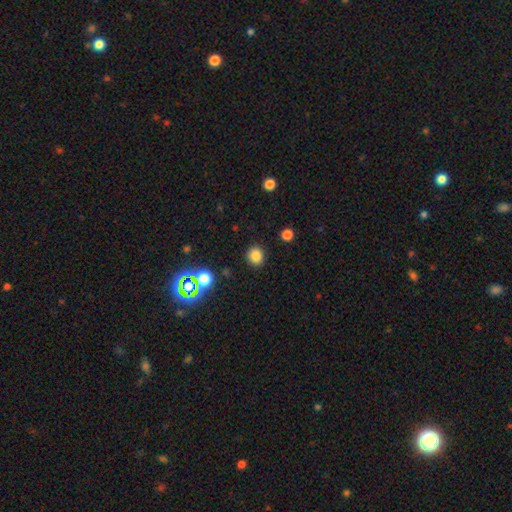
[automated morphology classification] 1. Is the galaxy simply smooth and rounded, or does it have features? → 82% smooth, 14% star or artifact, 4% featured or disk.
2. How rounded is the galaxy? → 83% round, 16% in between, 1% cigar-shaped.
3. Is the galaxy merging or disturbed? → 90% none, 6% minor disturbance, 2% major disturbance, 2% merger.